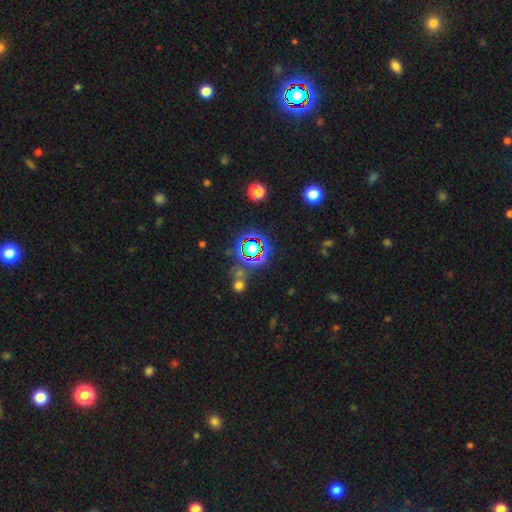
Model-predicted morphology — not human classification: Overall: star or artifact (65%).